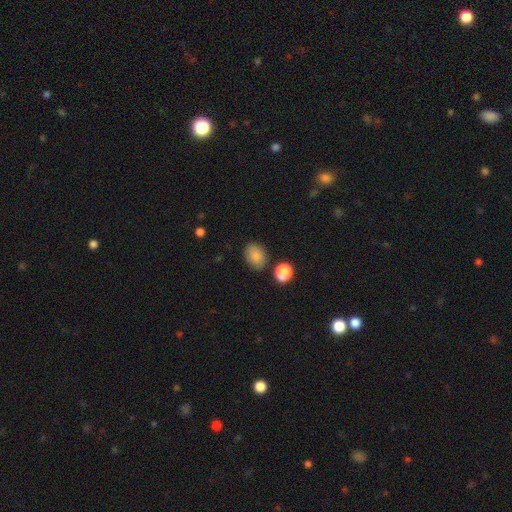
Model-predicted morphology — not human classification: Smooth or featured: smooth — 85% (star or artifact — 9%)
How rounded: in between — 68% (round — 31%)
Merging: none — 77% (minor disturbance — 15%)